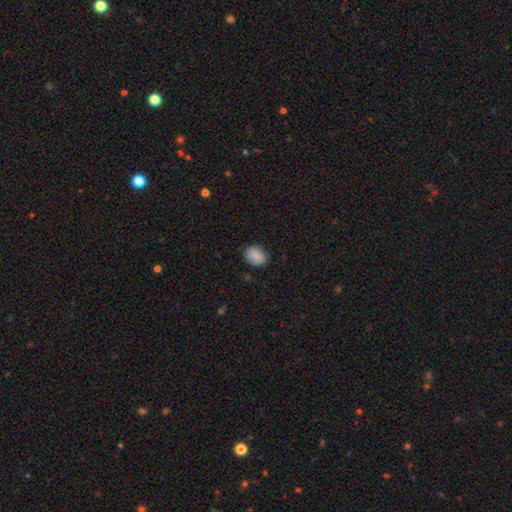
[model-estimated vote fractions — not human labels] This is clearly a smooth galaxy (85%). How rounded: possibly in between (57%). Merging: clearly none (84%).